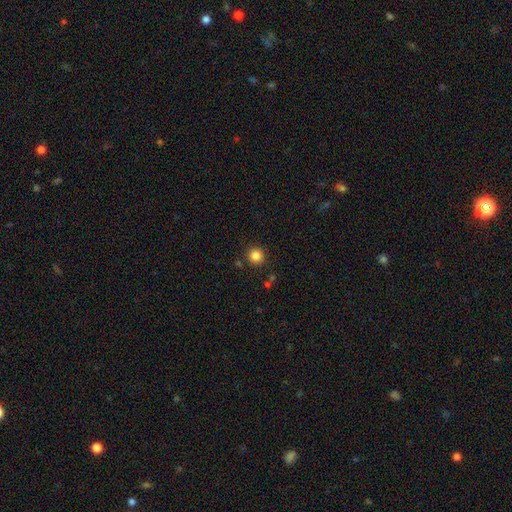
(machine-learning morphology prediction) smooth_or_featured: smooth (p=0.84) [alt: star or artifact p=0.11]
how_rounded: round (p=0.94) [alt: in between p=0.05]
merging: none (p=0.88) [alt: minor disturbance p=0.06]